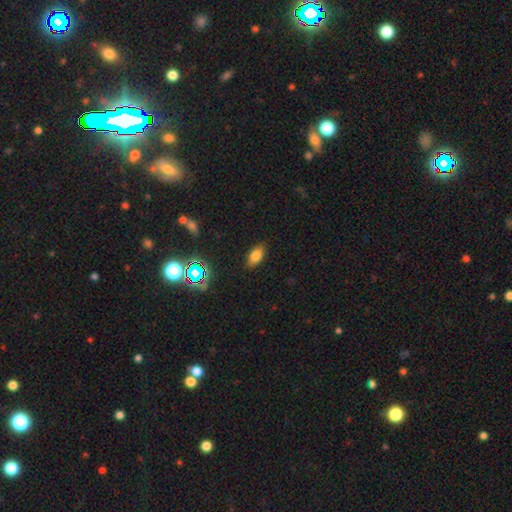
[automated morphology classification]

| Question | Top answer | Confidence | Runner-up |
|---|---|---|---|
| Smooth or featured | smooth | 75% | star or artifact (16%) |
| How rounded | in between | 89% | round (6%) |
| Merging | none | 86% | minor disturbance (10%) |